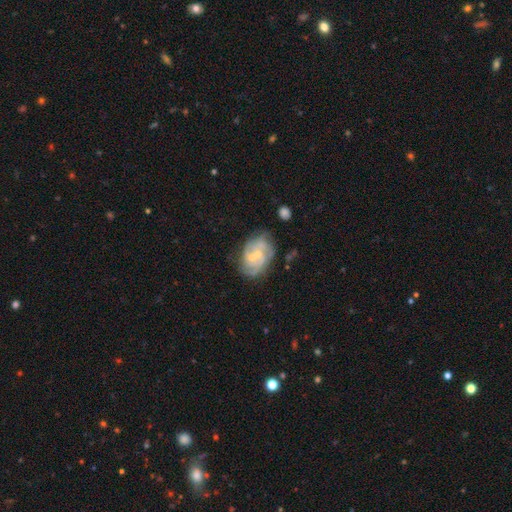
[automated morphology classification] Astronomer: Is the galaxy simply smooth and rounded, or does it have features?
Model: featured or disk — 74%.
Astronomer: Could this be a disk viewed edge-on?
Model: no — 97%.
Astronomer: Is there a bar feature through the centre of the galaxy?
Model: no — 72%.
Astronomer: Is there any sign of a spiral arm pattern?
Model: yes — 78%.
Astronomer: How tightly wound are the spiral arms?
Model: tight — 55% (runner-up: medium, 34%).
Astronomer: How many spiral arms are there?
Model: can't tell — 40% (runner-up: 2, 26%).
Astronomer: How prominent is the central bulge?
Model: small — 62%.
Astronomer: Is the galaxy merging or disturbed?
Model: none — 51%.